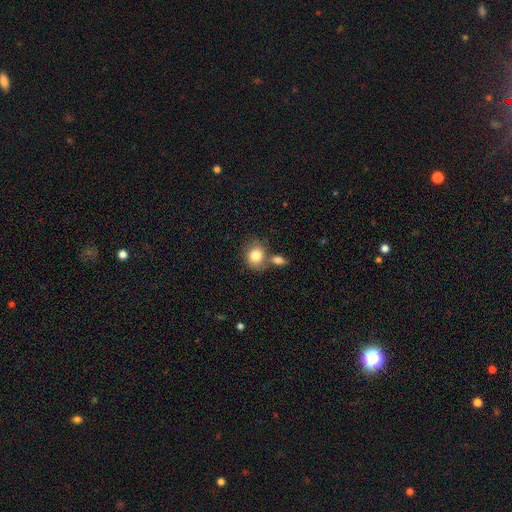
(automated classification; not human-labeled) Smooth or featured: smooth — 81% (featured or disk — 10%)
How rounded: round — 63% (in between — 36%)
Merging: none — 52% (merger — 28%)